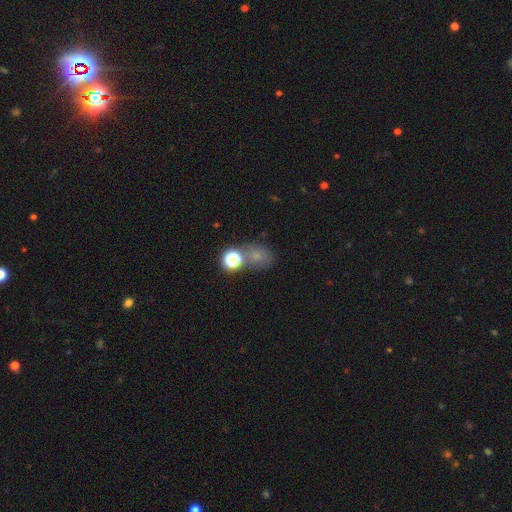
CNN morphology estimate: Overall: smooth (58%; star or artifact 31%). How rounded: round (55%; in between 43%). Merging: none (57%; merger 22%).